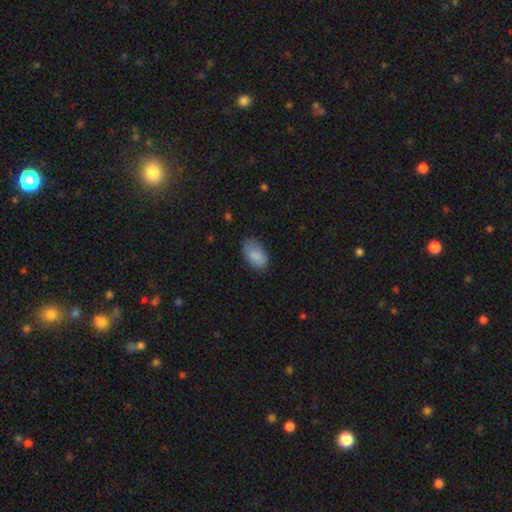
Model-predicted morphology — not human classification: Overall: smooth (87%). How rounded: in between (94%). Merging: none (72%).